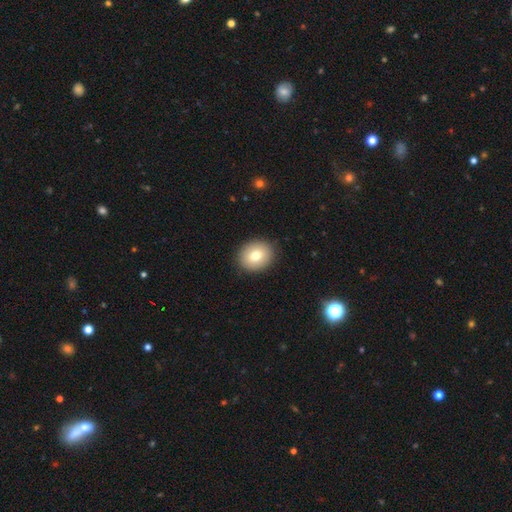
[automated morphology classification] This appears to be a smooth galaxy with no disk features (76%) that is round (59%). Merging: none (90%).